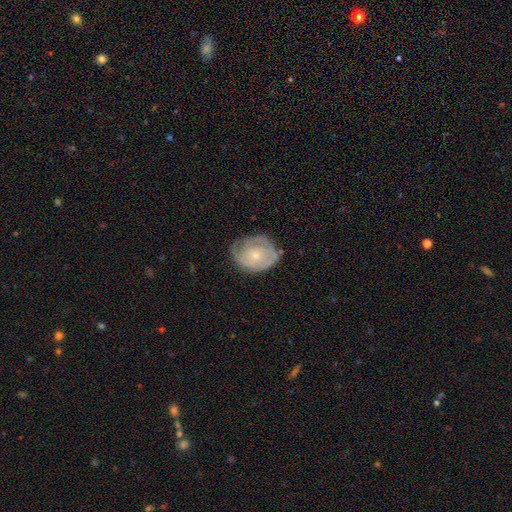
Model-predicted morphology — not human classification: smooth-or-featured: featured or disk: 69% | smooth: 25% | star or artifact: 6%
  disk-edge-on: no: 97% | yes: 3%
    bar: no: 80% | weak: 18% | strong: 3%
    has-spiral-arms: yes: 85% | no: 15%
      spiral-winding: tight: 58% | medium: 31% | loose: 11%
      spiral-arm-count: can't tell: 38% | 2: 25% | 3: 20% | 1: 7% | 4: 6% | more than 4: 4%
    bulge-size: small: 66% | moderate: 29% | none: 3% | large: 1% | dominant: 1%
  merging: none: 61% | minor disturbance: 27% | major disturbance: 11% | merger: 2%